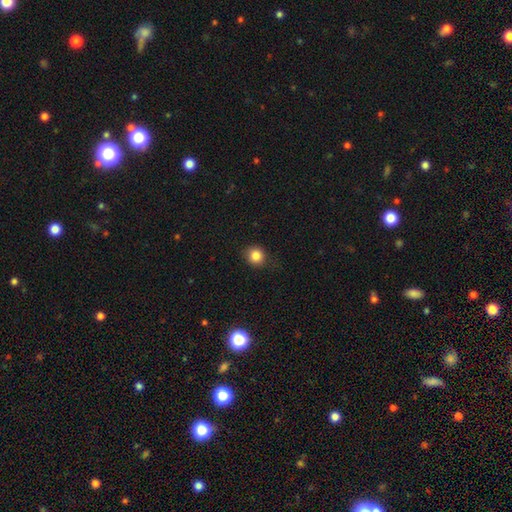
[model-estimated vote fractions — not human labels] Smooth or featured? Predicted: smooth (p=0.84). How rounded? Predicted: round (p=0.85). Merging? Predicted: none (p=0.81).